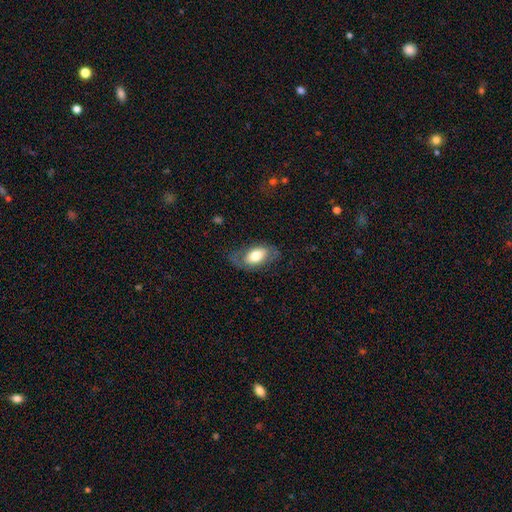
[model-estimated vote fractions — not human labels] This is likely a smooth galaxy (60%). How rounded: clearly in between (91%). Merging: likely none (65%).